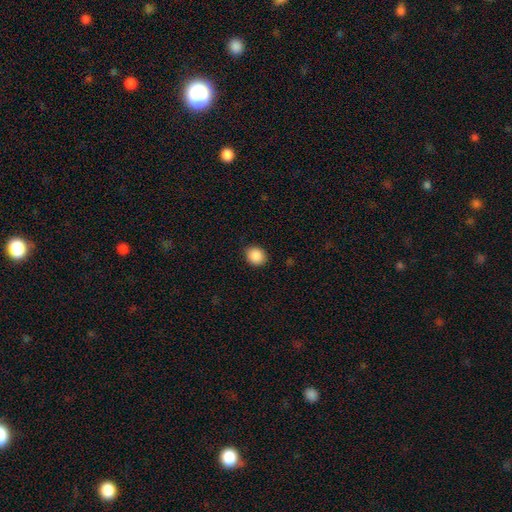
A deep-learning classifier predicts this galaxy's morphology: Smooth or featured?
  - smooth: 89% *
  - star or artifact: 8%
  - featured or disk: 3%
How rounded?
  - round: 68% *
  - in between: 31%
  - cigar-shaped: 1%
Merging?
  - none: 87% *
  - minor disturbance: 9%
  - major disturbance: 2%
  - merger: 1%